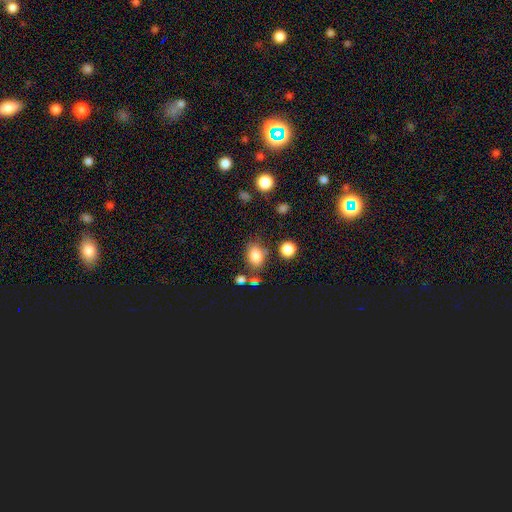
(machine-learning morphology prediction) Smooth or featured? Predicted: smooth (p=0.80). How rounded? Predicted: in between (p=0.71). Merging? Predicted: none (p=0.68).